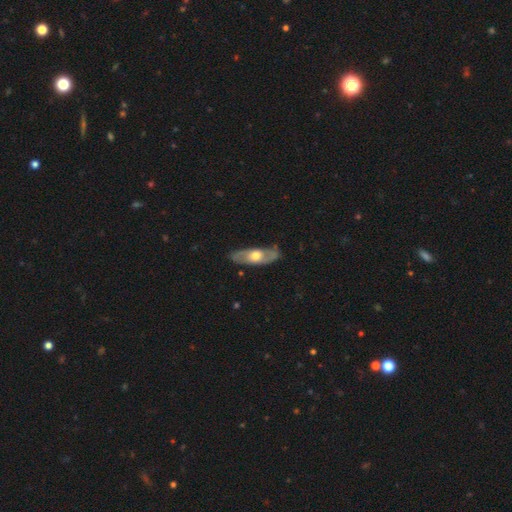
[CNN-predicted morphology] This is possibly a featured or disk galaxy (57%). It is likely not viewed edge-on (67%). Merging: clearly none (83%).